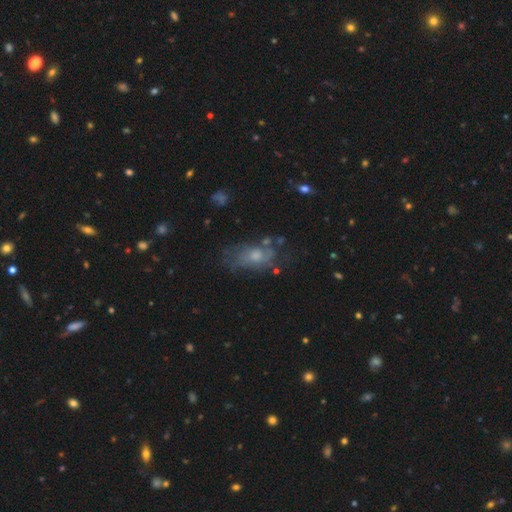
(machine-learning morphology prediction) smooth_or_featured: smooth (p=0.45) [alt: featured or disk p=0.43]
merging: none (p=0.50) [alt: minor disturbance p=0.26]